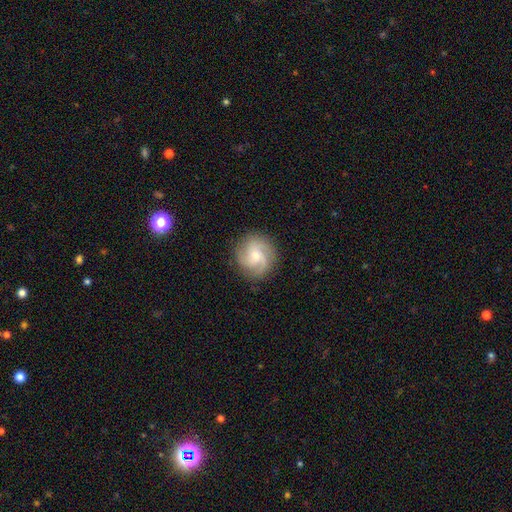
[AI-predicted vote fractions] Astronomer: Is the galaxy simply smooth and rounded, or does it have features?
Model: featured or disk — 74%.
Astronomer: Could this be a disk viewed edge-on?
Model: no — 98%.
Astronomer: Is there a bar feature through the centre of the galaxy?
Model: no — 61%.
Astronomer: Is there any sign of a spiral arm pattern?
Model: yes — 96%.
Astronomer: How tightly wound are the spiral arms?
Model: medium — 47% (runner-up: tight, 36%).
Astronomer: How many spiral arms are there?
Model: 3 — 53%.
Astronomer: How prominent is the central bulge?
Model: moderate — 53% (runner-up: small, 34%).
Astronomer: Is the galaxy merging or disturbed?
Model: none — 83%.